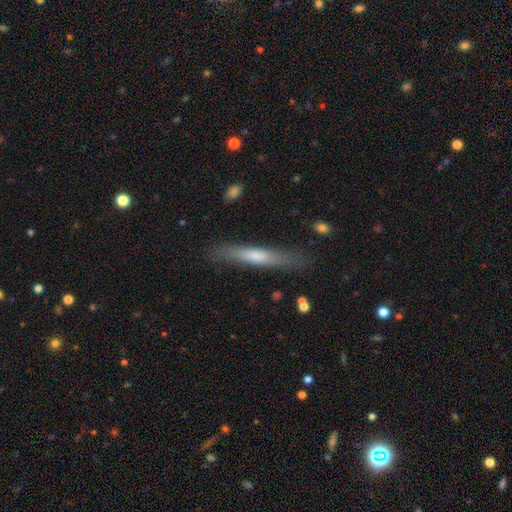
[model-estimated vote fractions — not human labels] smooth_or_featured: smooth (p=0.56) [alt: featured or disk p=0.38]
how_rounded: cigar-shaped (p=0.93) [alt: in between p=0.05]
merging: none (p=0.83) [alt: minor disturbance p=0.12]